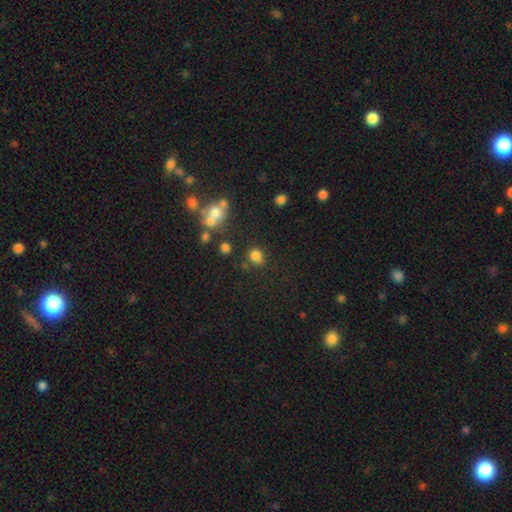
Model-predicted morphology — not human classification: smooth 77%, star or artifact 16%, featured or disk 7%. Down the decision tree: how rounded — round (71%); merging — none (71%).